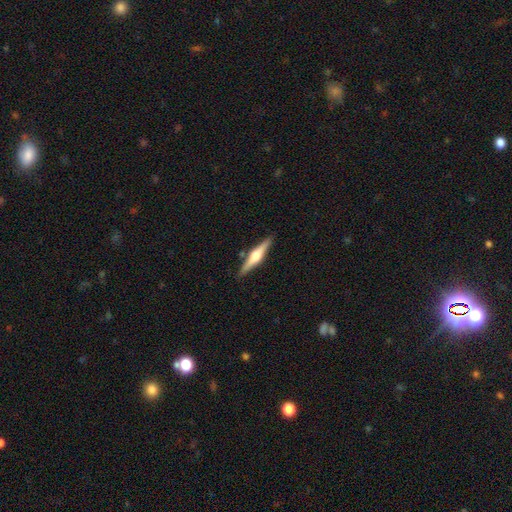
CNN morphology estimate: smooth_or_featured: featured or disk (p=0.67) [alt: smooth p=0.28]
disk_edge_on: yes (p=0.97) [alt: no p=0.03]
edge_on_bulge: rounded (p=0.92) [alt: boxy p=0.05]
merging: none (p=0.88) [alt: minor disturbance p=0.08]